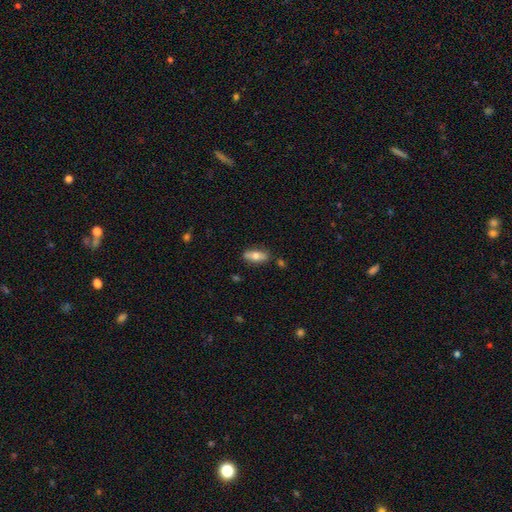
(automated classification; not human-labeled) Morphology: type=smooth (63%); roundness=in between (72%); merging=none (81%).